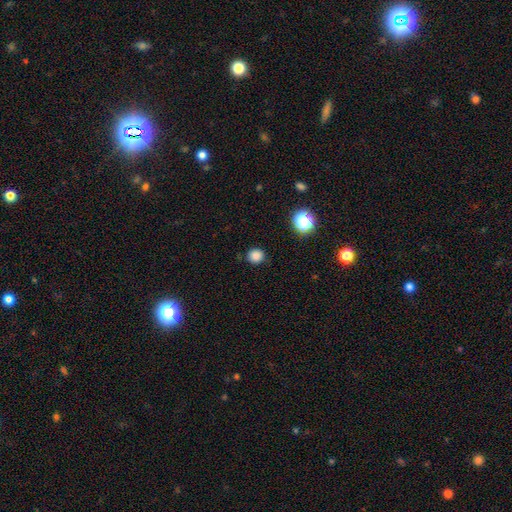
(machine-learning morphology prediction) Smooth or featured? smooth (83%)
How rounded? round (90%)
Merging? none (87%)